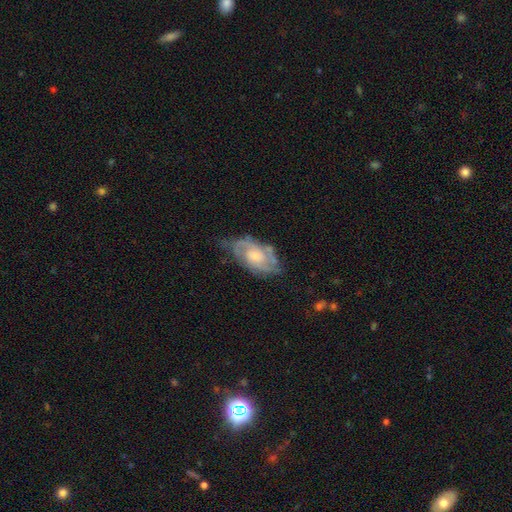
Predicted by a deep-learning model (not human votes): Q: Smooth or featured?
A: featured or disk (79%); runner-up: smooth (15%)
Q: Edge-on disk?
A: no (95%); runner-up: yes (5%)
Q: Bar?
A: no (68%); runner-up: weak (28%)
Q: Spiral arms?
A: yes (91%); runner-up: no (9%)
Q: Spiral winding?
A: tight (46%); runner-up: medium (42%)
Q: Spiral arm count?
A: 2 (46%); runner-up: can't tell (27%)
Q: Bulge size?
A: moderate (46%); runner-up: small (38%)
Q: Merging?
A: none (56%); runner-up: minor disturbance (29%)